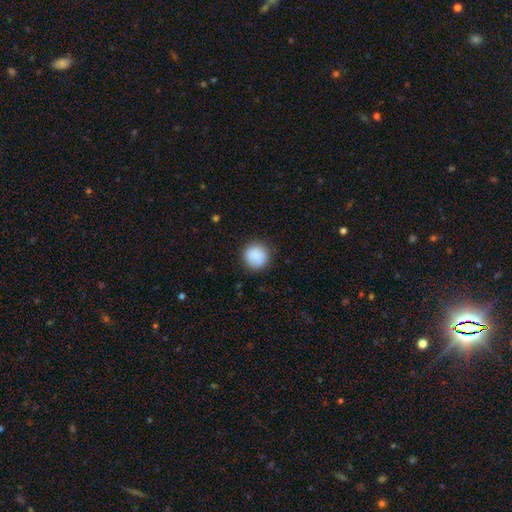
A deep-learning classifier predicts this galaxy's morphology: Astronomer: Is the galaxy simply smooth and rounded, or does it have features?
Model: smooth — 89%.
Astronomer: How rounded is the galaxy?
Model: round — 95%.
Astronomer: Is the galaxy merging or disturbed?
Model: none — 89%.